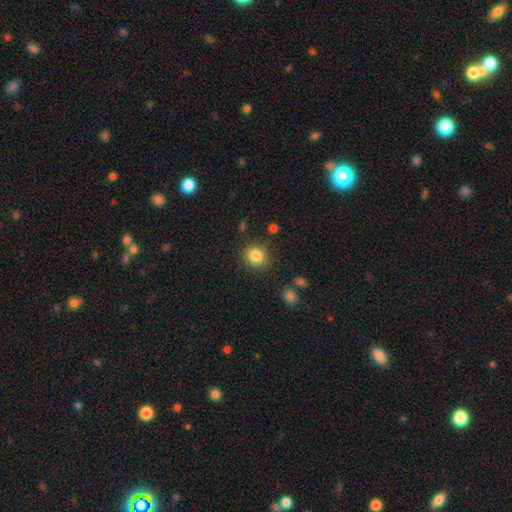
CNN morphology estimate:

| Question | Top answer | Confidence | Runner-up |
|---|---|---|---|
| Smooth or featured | smooth | 84% | star or artifact (10%) |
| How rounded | round | 86% | in between (14%) |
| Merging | none | 87% | minor disturbance (8%) |